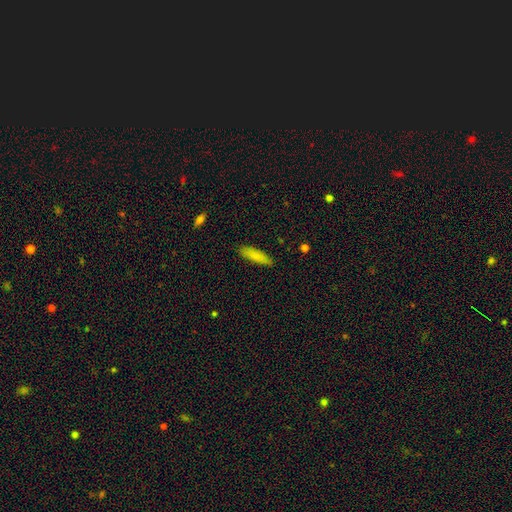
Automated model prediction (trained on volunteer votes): A smooth galaxy with no disk features (83%) that is cigar-shaped (69%).

Vote fractions:
- Smooth or featured? smooth: 83% / featured or disk: 10% / star or artifact: 6%
- How rounded? cigar-shaped: 69% / in between: 30% / round: 2%
- Merging? none: 87% / minor disturbance: 10% / major disturbance: 2% / merger: 1%